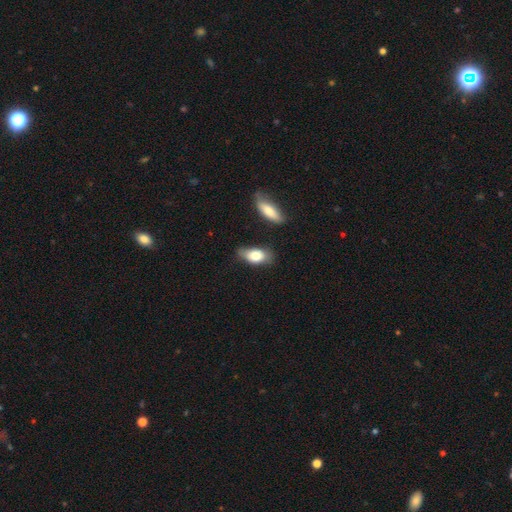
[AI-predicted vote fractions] Smooth or featured? smooth (76%)
How rounded? in between (87%)
Merging? none (65%)